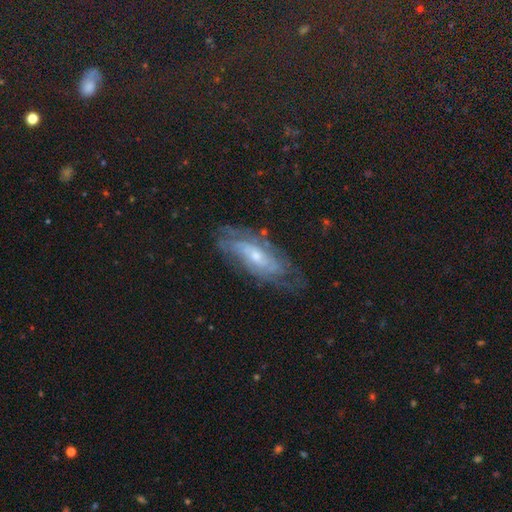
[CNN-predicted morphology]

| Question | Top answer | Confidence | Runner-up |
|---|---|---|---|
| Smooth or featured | featured or disk | 73% | smooth (16%) |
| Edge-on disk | no | 85% | yes (15%) |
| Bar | no | 62% | weak (30%) |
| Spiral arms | yes | 87% | no (13%) |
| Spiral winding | tight | 59% | medium (31%) |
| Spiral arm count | can't tell | 56% | 2 (21%) |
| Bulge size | small | 57% | moderate (37%) |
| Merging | none | 73% | minor disturbance (18%) |